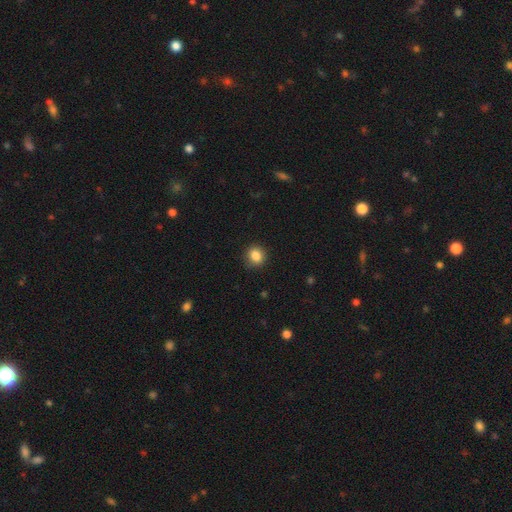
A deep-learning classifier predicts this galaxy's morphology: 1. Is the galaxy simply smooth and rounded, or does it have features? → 86% smooth, 10% star or artifact, 4% featured or disk.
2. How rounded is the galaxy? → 78% round, 21% in between, 1% cigar-shaped.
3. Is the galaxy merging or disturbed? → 87% none, 10% minor disturbance, 2% major disturbance, 1% merger.